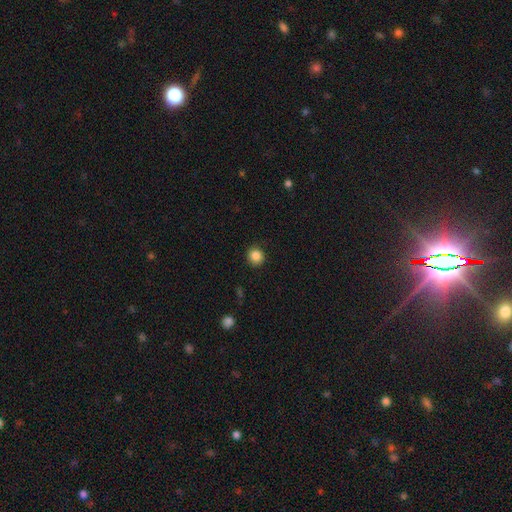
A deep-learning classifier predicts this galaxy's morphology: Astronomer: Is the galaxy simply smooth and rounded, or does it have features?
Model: smooth — 87%.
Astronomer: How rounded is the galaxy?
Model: round — 90%.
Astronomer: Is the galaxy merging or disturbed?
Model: none — 89%.